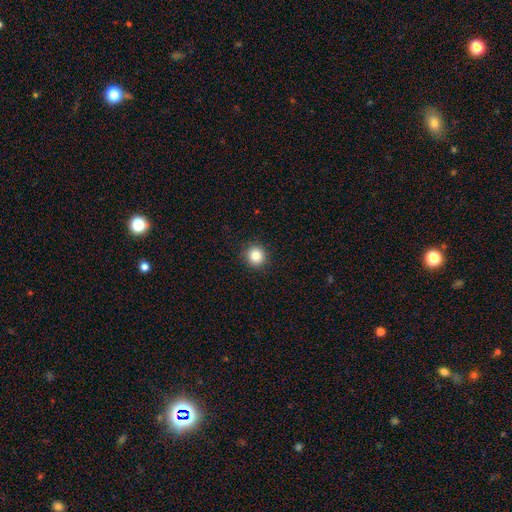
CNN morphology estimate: smooth 84%, star or artifact 11%, featured or disk 6%. Down the decision tree: how rounded — round (93%); merging — none (92%).